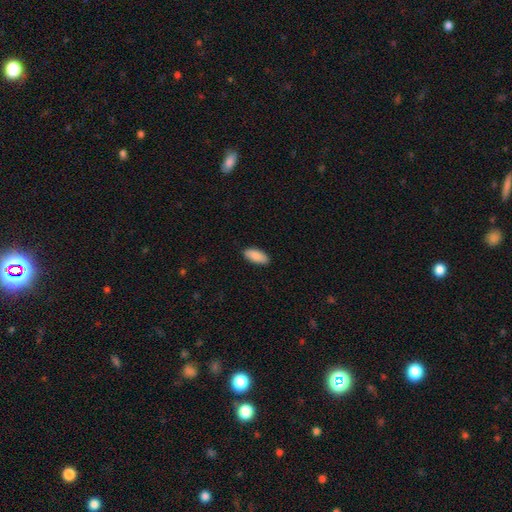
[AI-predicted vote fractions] The model was most divided on "how rounded": in between: 89%, cigar-shaped: 9%, round: 2%. More confident: smooth or featured — smooth (89%); merging — none (89%).